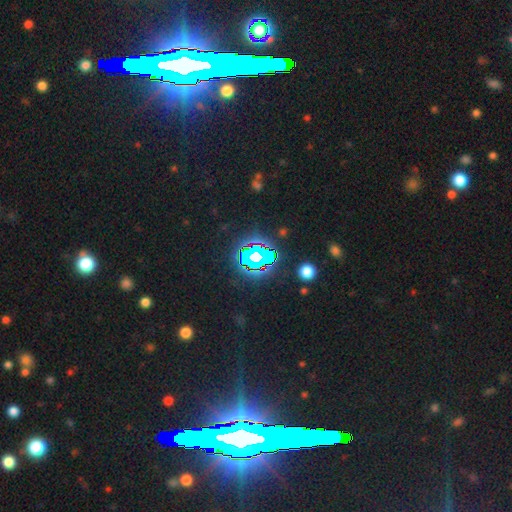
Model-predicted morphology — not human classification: A star or artifact, not a galaxy (75%).